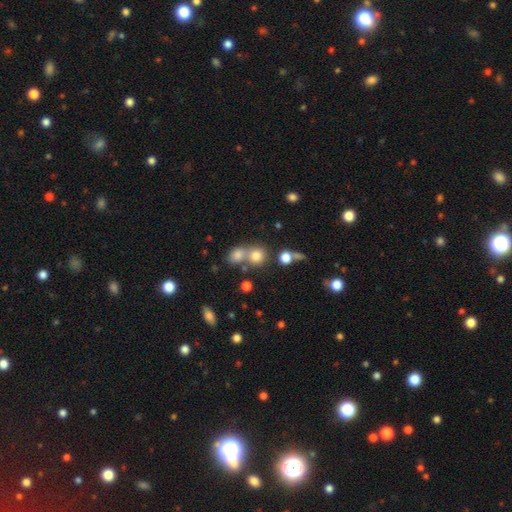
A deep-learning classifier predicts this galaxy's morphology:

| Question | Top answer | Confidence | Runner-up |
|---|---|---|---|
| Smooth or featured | smooth | 77% | star or artifact (14%) |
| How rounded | round | 82% | in between (17%) |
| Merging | none | 48% | merger (41%) |